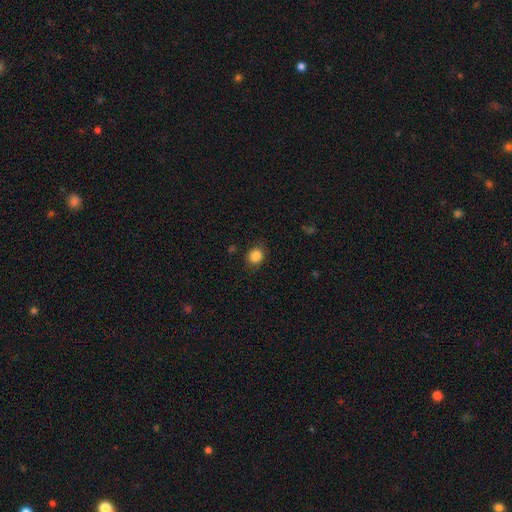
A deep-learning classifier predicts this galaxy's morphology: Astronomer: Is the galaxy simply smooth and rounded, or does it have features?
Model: smooth — 85%.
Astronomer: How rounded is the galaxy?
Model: round — 63%.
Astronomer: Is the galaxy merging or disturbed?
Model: none — 80%.